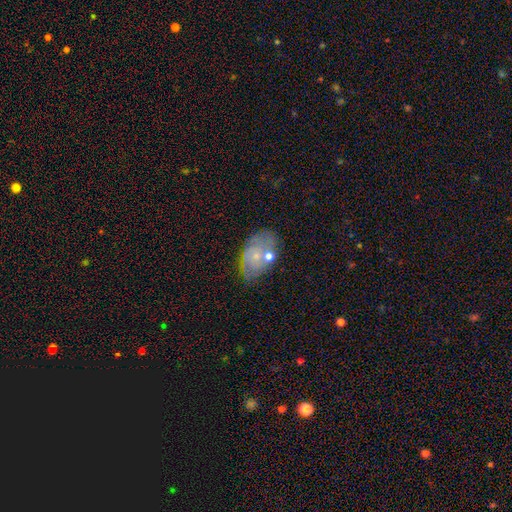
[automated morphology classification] Smooth or featured? featured or disk (47%)
Merging? none (58%)